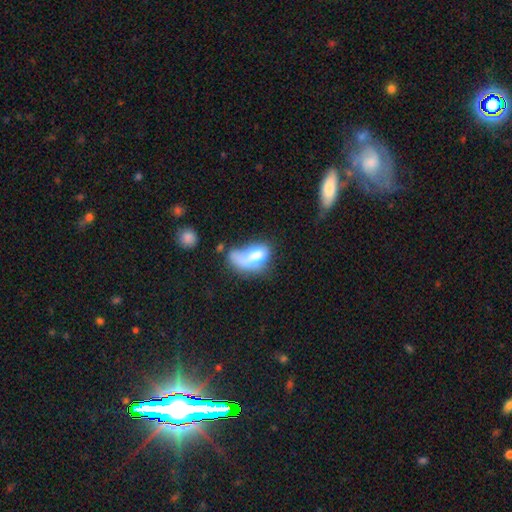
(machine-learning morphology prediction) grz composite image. It shows a smooth galaxy with no disk features (63%) that is in between round and cigar-shaped (85%). Merging: major disturbance (37%).